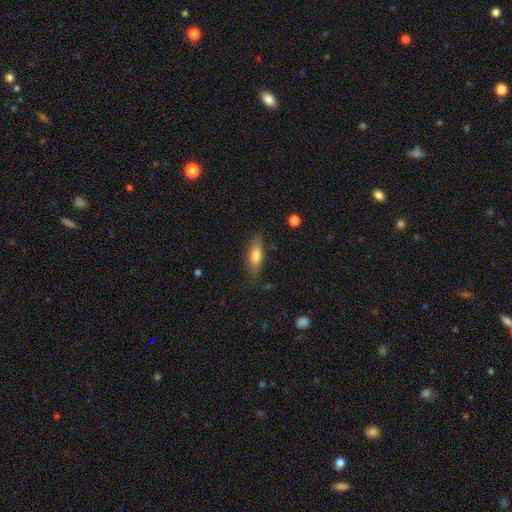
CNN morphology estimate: The model was most divided on "how rounded": in between: 62%, cigar-shaped: 35%, round: 3%. More confident: merging — none (78%); smooth or featured — smooth (72%).